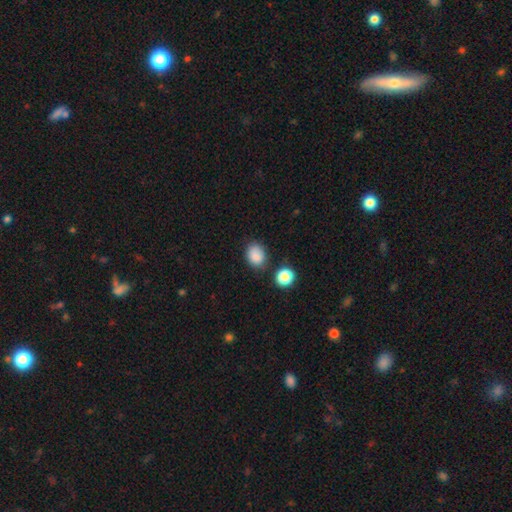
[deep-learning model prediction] Q: Smooth or featured?
A: smooth (86%); runner-up: star or artifact (10%)
Q: How rounded?
A: in between (65%); runner-up: round (34%)
Q: Merging?
A: none (75%); runner-up: minor disturbance (15%)